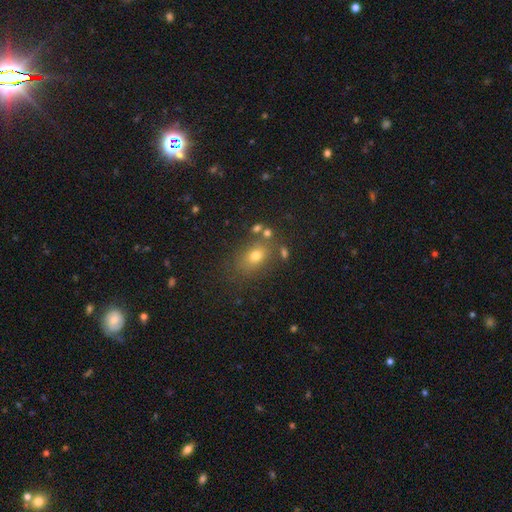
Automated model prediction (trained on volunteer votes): This is likely a smooth galaxy (71%). How rounded: likely in between (68%). Merging: likely none (72%).